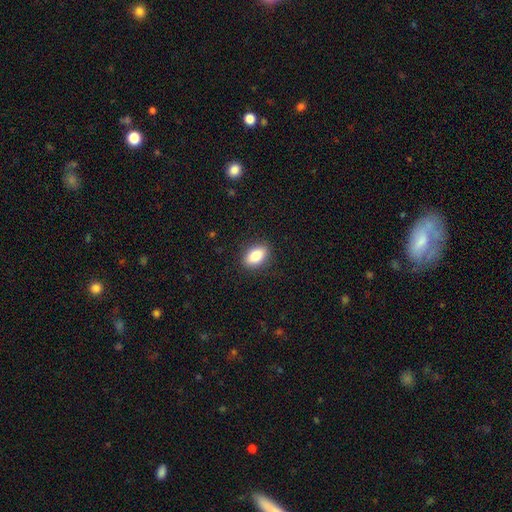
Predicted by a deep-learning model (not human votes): This appears to be a smooth galaxy with no disk features (84%) that is in between round and cigar-shaped (88%). Merging: none (88%).